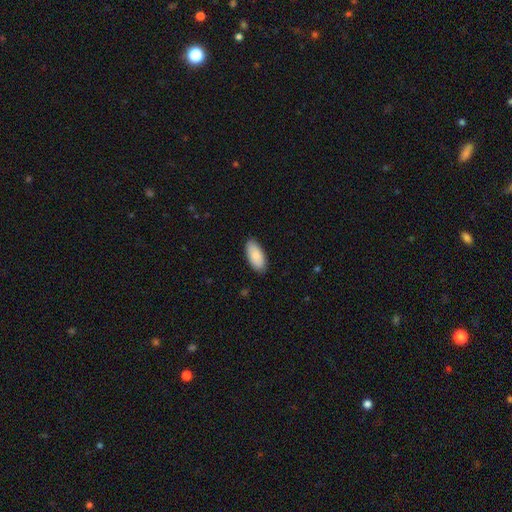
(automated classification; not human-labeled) Smooth or featured: smooth — 85% (featured or disk — 9%)
How rounded: in between — 93% (cigar-shaped — 6%)
Merging: none — 86% (minor disturbance — 11%)